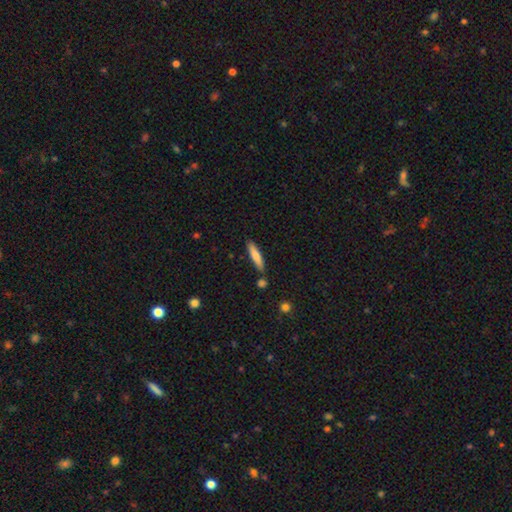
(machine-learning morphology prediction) This appears to be a smooth galaxy with no disk features (73%) that is cigar-shaped (83%). Merging: none (82%).